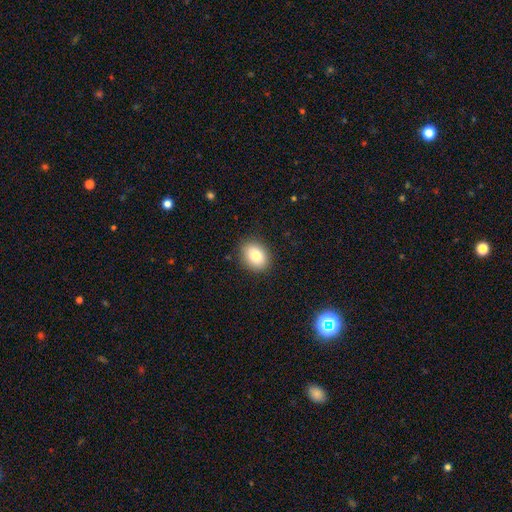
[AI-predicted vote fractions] smooth_or_featured: smooth (p=0.84) [alt: star or artifact p=0.08]
how_rounded: in between (p=0.63) [alt: round p=0.36]
merging: none (p=0.88) [alt: minor disturbance p=0.09]